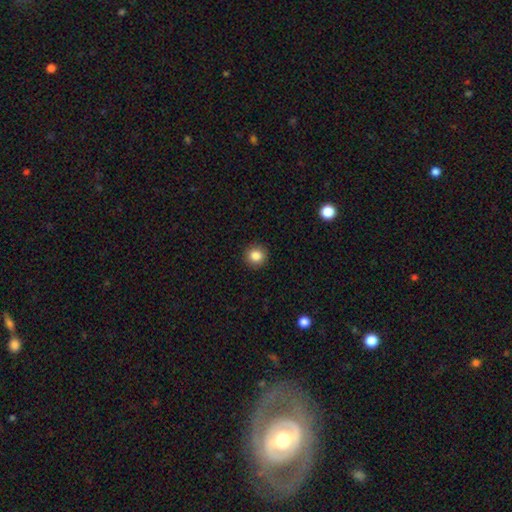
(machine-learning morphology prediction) Smooth or featured: smooth — 85% (star or artifact — 10%)
How rounded: round — 93% (in between — 6%)
Merging: none — 92% (minor disturbance — 5%)